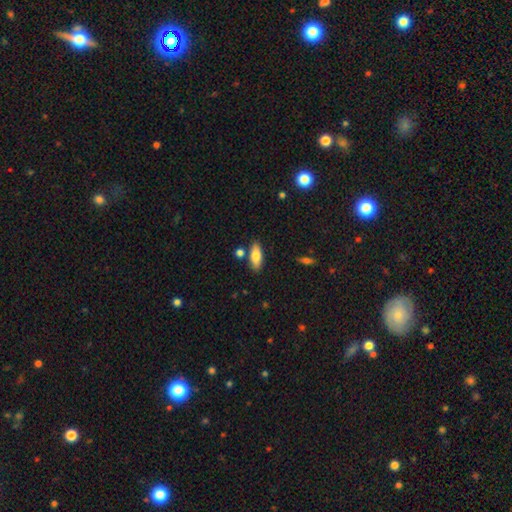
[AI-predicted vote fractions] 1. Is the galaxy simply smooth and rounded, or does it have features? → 77% smooth, 16% featured or disk, 7% star or artifact.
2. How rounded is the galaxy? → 76% in between, 21% cigar-shaped, 3% round.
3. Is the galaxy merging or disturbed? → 81% none, 11% minor disturbance, 6% merger, 2% major disturbance.